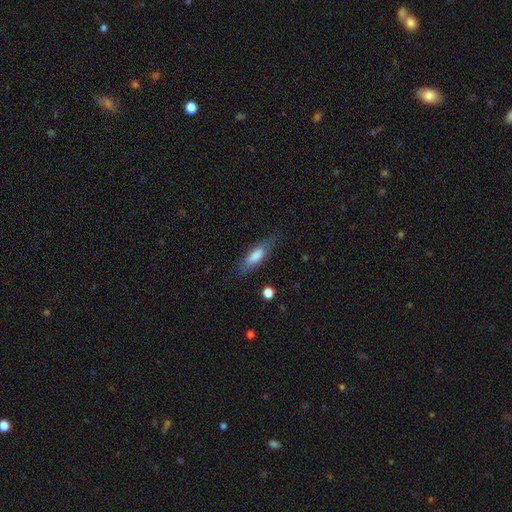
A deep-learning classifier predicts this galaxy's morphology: Smooth or featured? Predicted: smooth (p=0.72). How rounded? Predicted: cigar-shaped (p=0.52). Merging? Predicted: none (p=0.77).